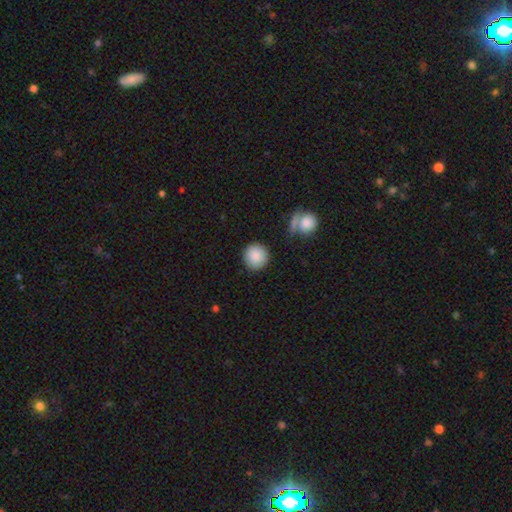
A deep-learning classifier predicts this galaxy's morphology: A smooth galaxy with no disk features (87%) that is round (94%). Merging: none (89%).